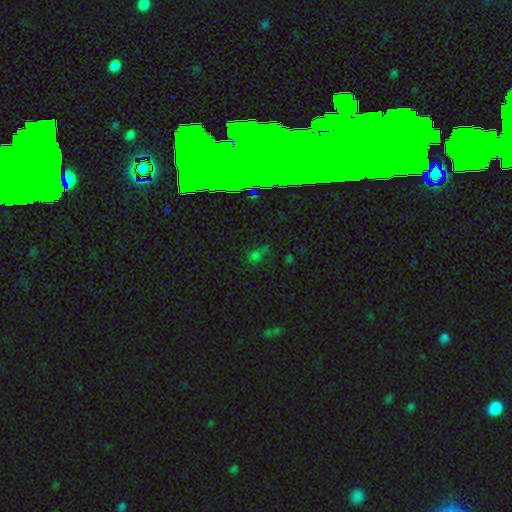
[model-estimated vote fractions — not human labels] Smooth or featured?
  - star or artifact: 50% *
  - smooth: 40%
  - featured or disk: 10%